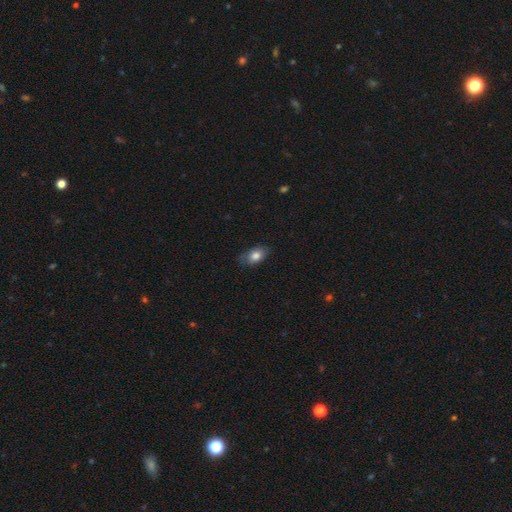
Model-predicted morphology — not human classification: Smooth or featured? smooth (80%)
How rounded? in between (88%)
Merging? none (73%)